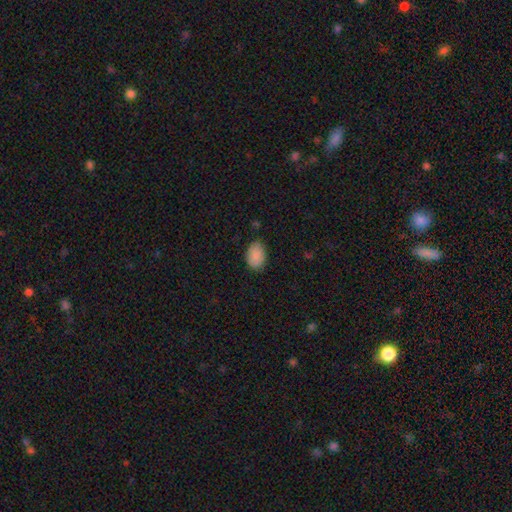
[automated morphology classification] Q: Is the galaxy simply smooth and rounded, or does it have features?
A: smooth — 89%.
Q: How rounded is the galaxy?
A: in between — 86%.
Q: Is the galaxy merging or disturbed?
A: none — 80%.